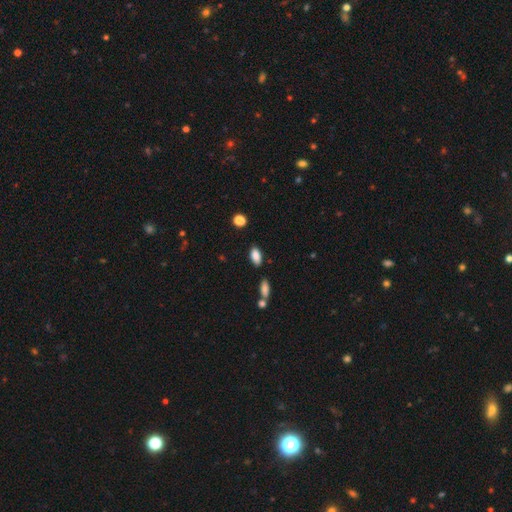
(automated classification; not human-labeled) Smooth or featured?
  - smooth: 85% *
  - star or artifact: 8%
  - featured or disk: 7%
How rounded?
  - in between: 89% *
  - cigar-shaped: 7%
  - round: 3%
Merging?
  - none: 79% *
  - minor disturbance: 13%
  - merger: 4%
  - major disturbance: 3%